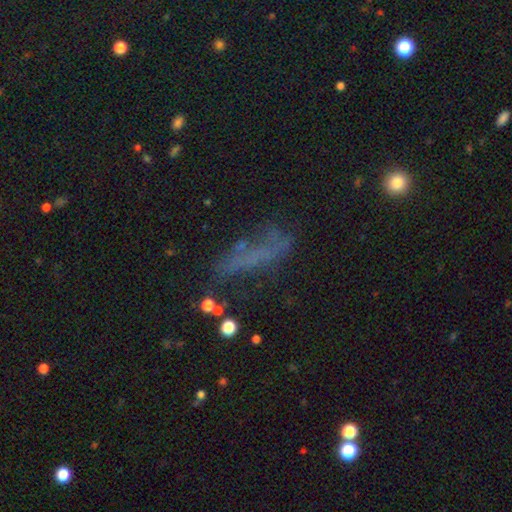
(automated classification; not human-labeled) Smooth or featured? smooth (42%)
Merging? none (46%)